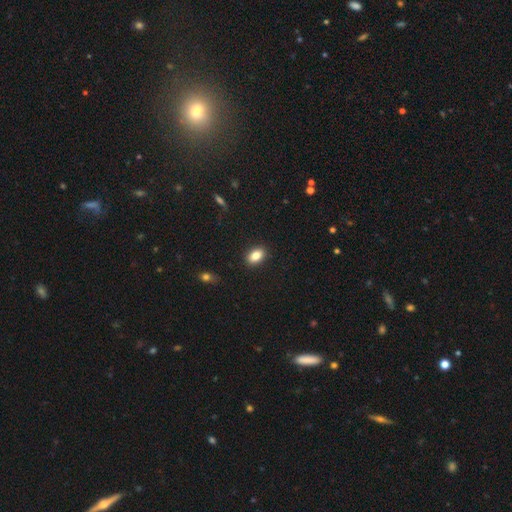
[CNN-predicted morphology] A smooth galaxy with no disk features (84%) that is in between round and cigar-shaped (86%). Merging: none (89%).